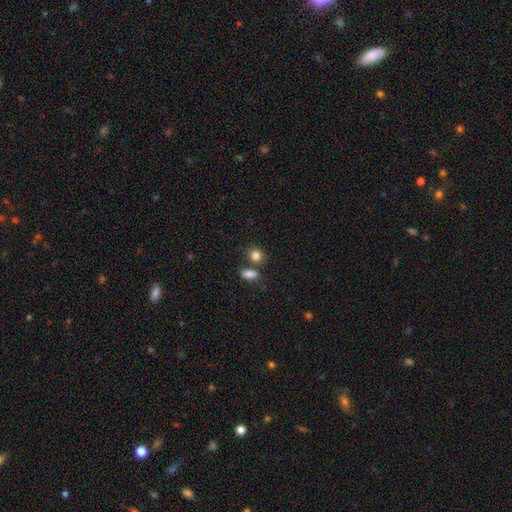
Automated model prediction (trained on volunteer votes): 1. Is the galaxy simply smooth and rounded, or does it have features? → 85% smooth, 10% star or artifact, 6% featured or disk.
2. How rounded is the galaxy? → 62% round, 36% in between, 2% cigar-shaped.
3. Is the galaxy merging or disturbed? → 64% none, 22% merger, 11% minor disturbance, 4% major disturbance.